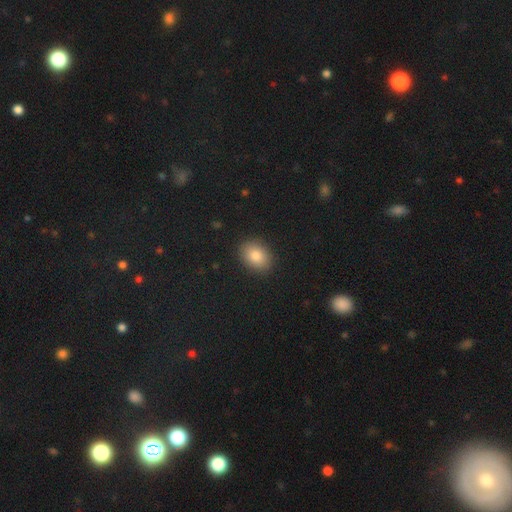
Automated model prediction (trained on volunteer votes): This is clearly a smooth galaxy (83%). How rounded: likely in between (70%). Merging: clearly none (89%).